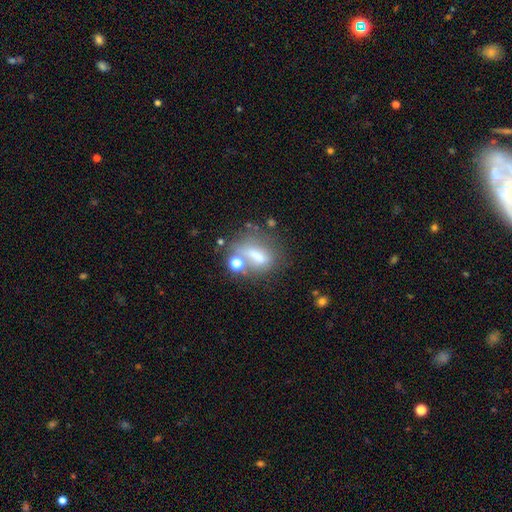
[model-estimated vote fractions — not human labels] smooth 58%, featured or disk 25%, star or artifact 17%. Down the decision tree: how rounded — in between (58%); merging — none (42%).